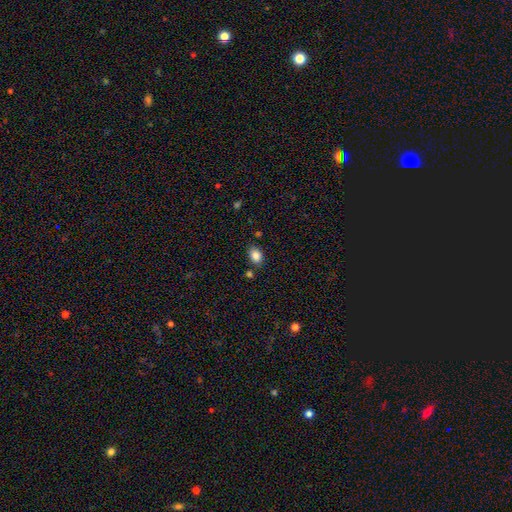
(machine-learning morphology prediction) Overall: smooth (85%). How rounded: in between (75%). Merging: none (80%).